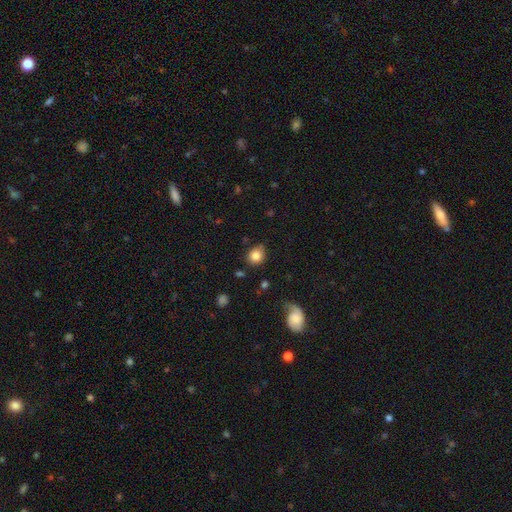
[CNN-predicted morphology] This is clearly a smooth galaxy (82%). How rounded: likely round (75%). Merging: likely none (77%).